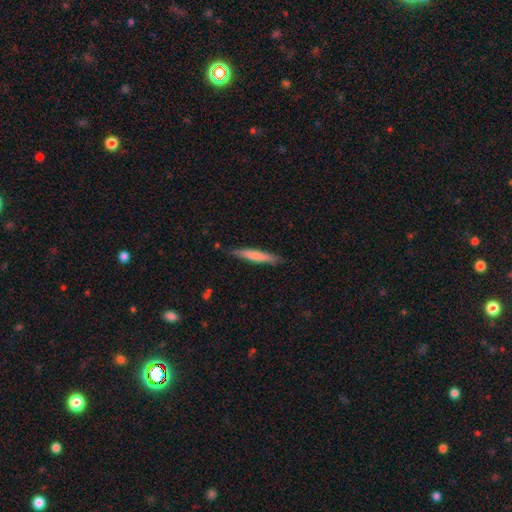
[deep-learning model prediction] smooth_or_featured: smooth (p=0.72) [alt: featured or disk p=0.23]
how_rounded: cigar-shaped (p=0.93) [alt: in between p=0.06]
merging: none (p=0.86) [alt: minor disturbance p=0.11]